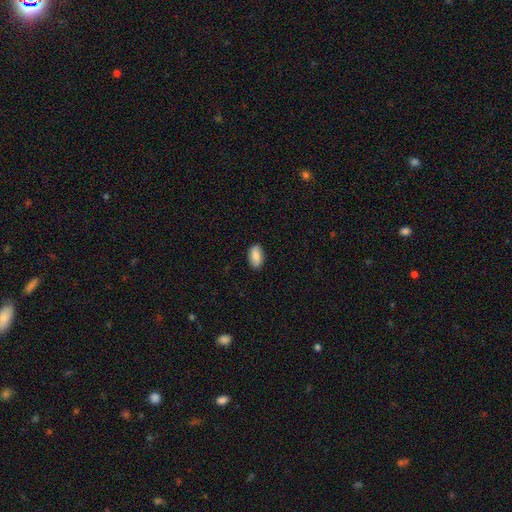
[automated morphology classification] type=smooth (83%); roundness=in between (93%); merging=none (87%).